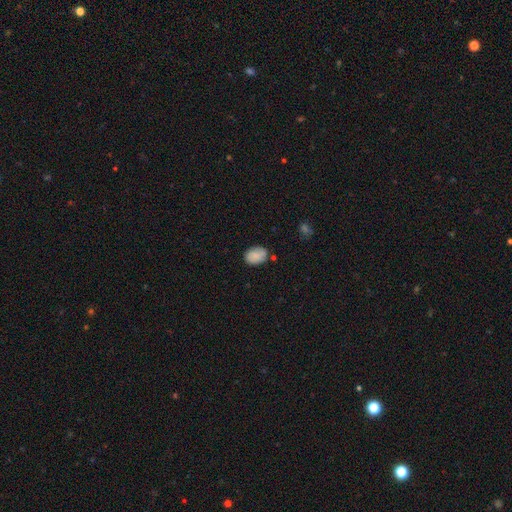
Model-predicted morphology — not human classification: type=smooth (84%); roundness=in between (80%); merging=none (76%).